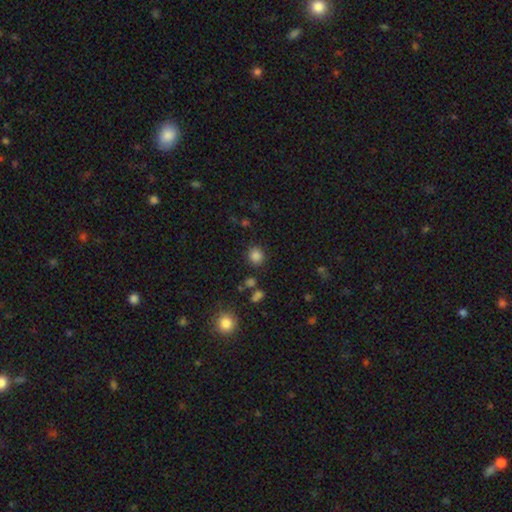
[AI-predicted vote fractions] Smooth or featured: smooth — 83% (star or artifact — 13%)
How rounded: round — 87% (in between — 12%)
Merging: none — 83% (minor disturbance — 9%)